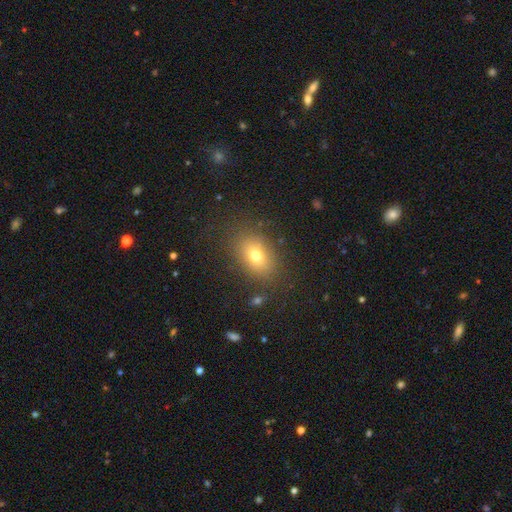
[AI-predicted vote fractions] smooth-or-featured: smooth: 73% | featured or disk: 14% | star or artifact: 14%
  how-rounded: in between: 78% | round: 20% | cigar-shaped: 2%
  merging: none: 82% | minor disturbance: 11% | major disturbance: 5% | merger: 2%